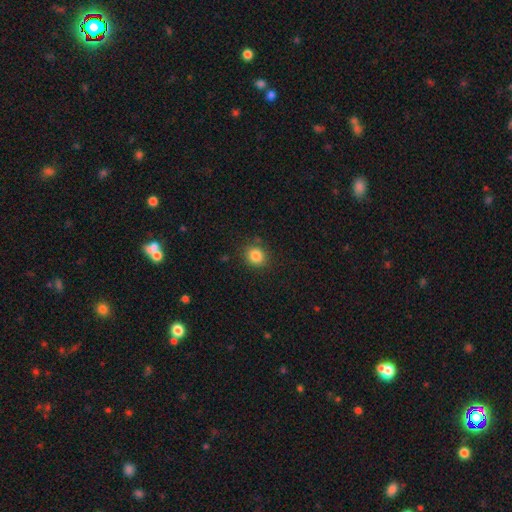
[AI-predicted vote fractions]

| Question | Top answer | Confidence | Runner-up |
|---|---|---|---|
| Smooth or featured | smooth | 84% | star or artifact (11%) |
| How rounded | round | 78% | in between (21%) |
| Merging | none | 85% | minor disturbance (10%) |